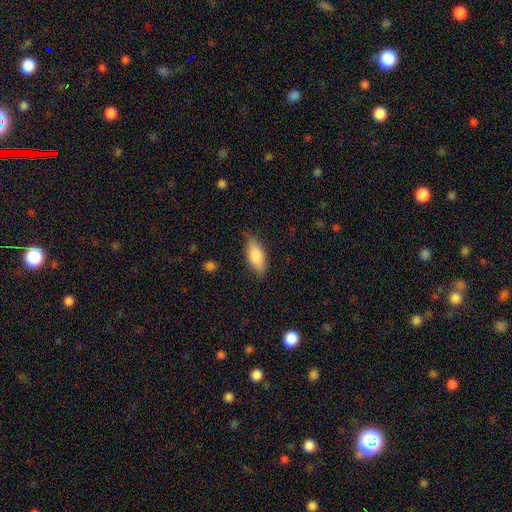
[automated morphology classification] Smooth or featured?
  - smooth: 85% *
  - featured or disk: 9%
  - star or artifact: 6%
How rounded?
  - in between: 82% *
  - cigar-shaped: 16%
  - round: 2%
Merging?
  - none: 79% *
  - minor disturbance: 16%
  - major disturbance: 3%
  - merger: 1%